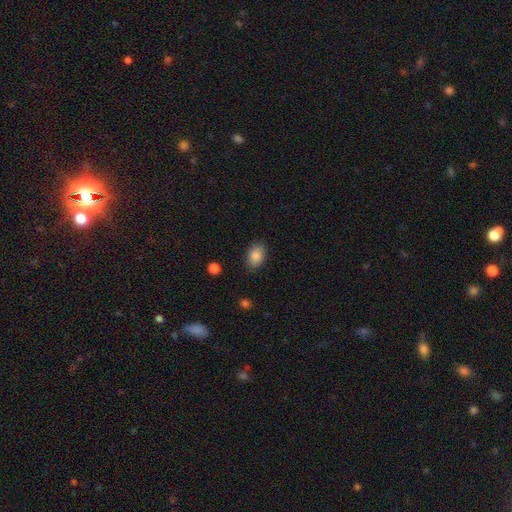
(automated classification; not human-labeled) A smooth galaxy with no disk features (86%) that is in between round and cigar-shaped (82%).

Vote fractions:
- Smooth or featured? smooth: 86% / star or artifact: 8% / featured or disk: 6%
- How rounded? in between: 82% / round: 17% / cigar-shaped: 1%
- Merging? none: 86% / minor disturbance: 10% / major disturbance: 3% / merger: 1%